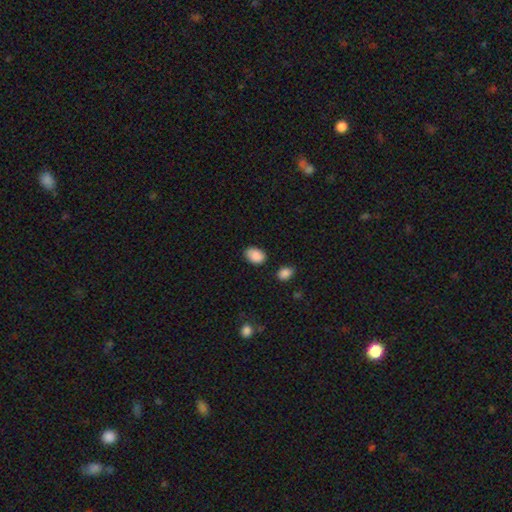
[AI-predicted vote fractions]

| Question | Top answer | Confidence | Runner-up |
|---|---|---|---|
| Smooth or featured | smooth | 89% | star or artifact (8%) |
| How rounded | in between | 81% | round (18%) |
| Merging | none | 77% | minor disturbance (17%) |